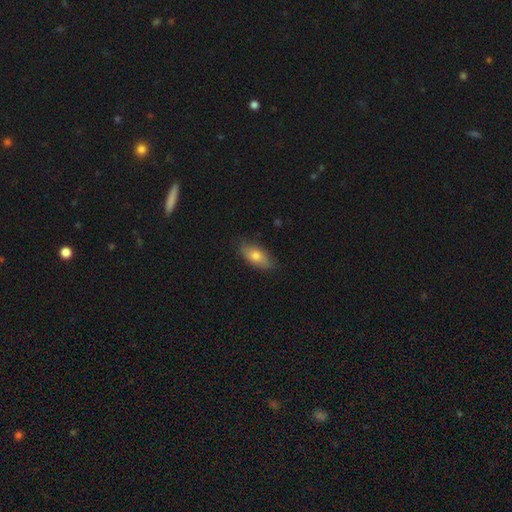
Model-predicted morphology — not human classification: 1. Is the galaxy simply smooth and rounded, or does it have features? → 74% smooth, 20% featured or disk, 7% star or artifact.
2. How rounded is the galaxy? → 87% in between, 10% cigar-shaped, 4% round.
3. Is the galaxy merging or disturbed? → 83% none, 14% minor disturbance, 2% major disturbance, 1% merger.